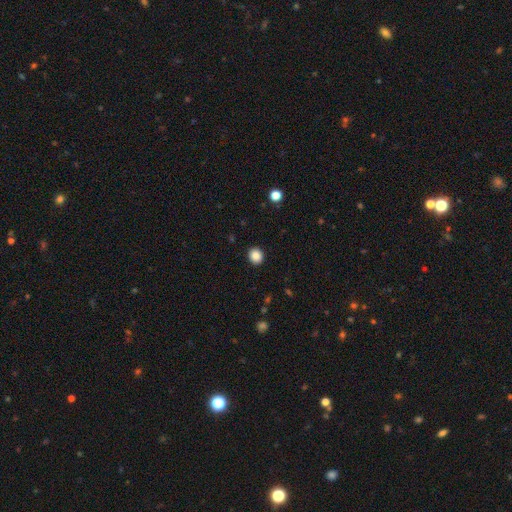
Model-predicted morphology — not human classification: smooth-or-featured: smooth: 87% | star or artifact: 10% | featured or disk: 4%
  how-rounded: round: 82% | in between: 18% | cigar-shaped: 1%
  merging: none: 92% | minor disturbance: 5% | major disturbance: 2% | merger: 1%